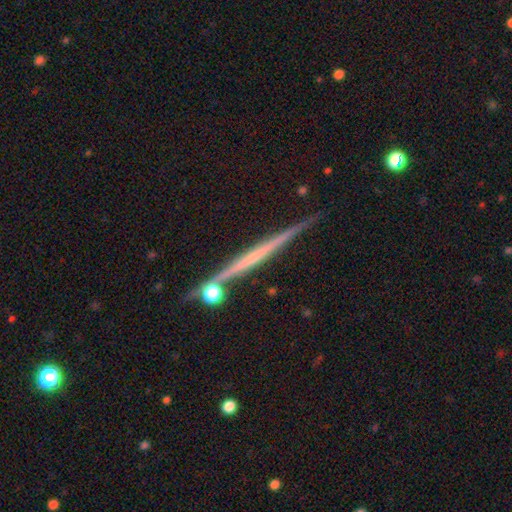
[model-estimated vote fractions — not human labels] Smooth or featured?
  - featured or disk: 69% *
  - smooth: 23%
  - star or artifact: 8%
Edge-on disk?
  - yes: 98% *
  - no: 2%
Edge-on bulge?
  - none: 79% *
  - rounded: 13%
  - boxy: 7%
Merging?
  - none: 83% *
  - minor disturbance: 10%
  - merger: 5%
  - major disturbance: 2%